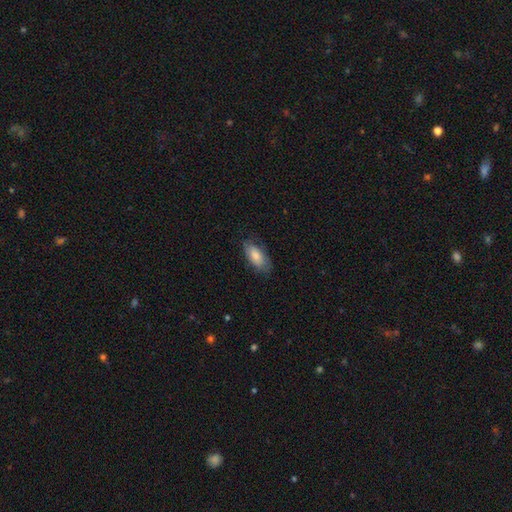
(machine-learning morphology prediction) Overall: smooth (77%). How rounded: in between (88%). Merging: none (73%).